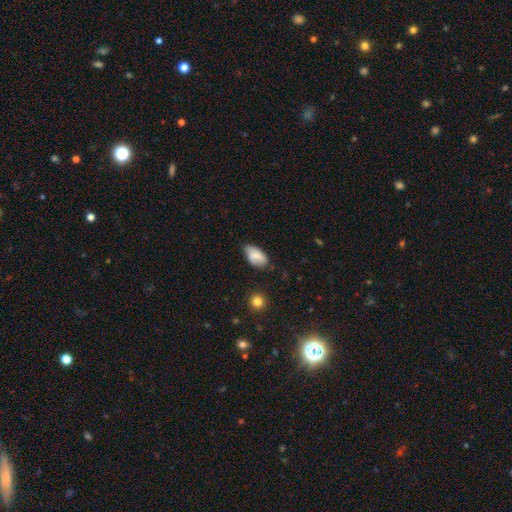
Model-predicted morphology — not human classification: type=smooth (73%); roundness=in between (93%); merging=none (61%).